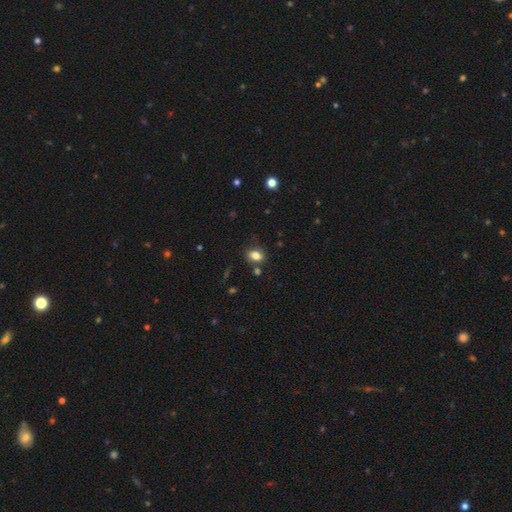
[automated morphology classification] smooth-or-featured: smooth: 82% | star or artifact: 11% | featured or disk: 7%
  how-rounded: in between: 69% | round: 30% | cigar-shaped: 1%
  merging: none: 76% | minor disturbance: 14% | merger: 7% | major disturbance: 3%